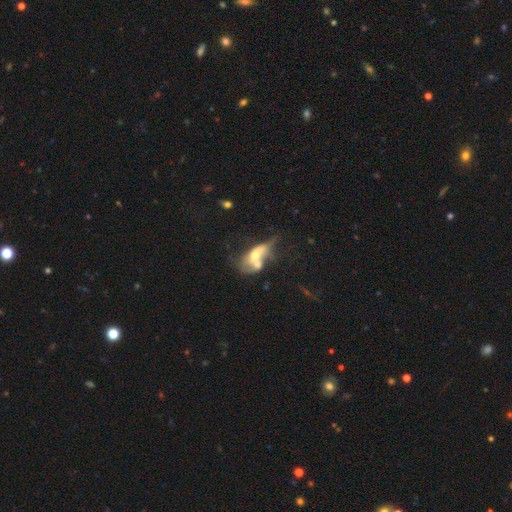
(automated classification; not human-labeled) This is possibly a featured or disk galaxy (49%). Merging: likely merger (60%).